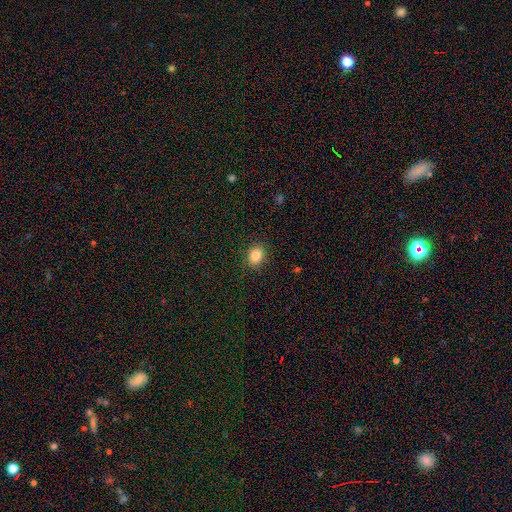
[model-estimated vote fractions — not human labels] Smooth or featured: smooth — 84% (star or artifact — 10%)
How rounded: round — 58% (in between — 41%)
Merging: none — 89% (minor disturbance — 8%)